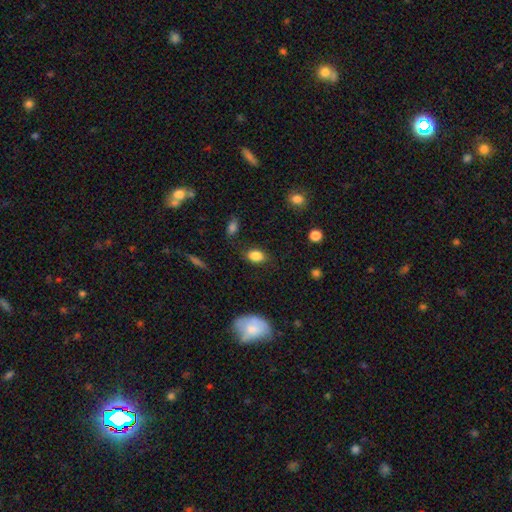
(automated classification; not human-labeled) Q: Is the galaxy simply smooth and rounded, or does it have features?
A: smooth — 84%.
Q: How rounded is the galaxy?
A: in between — 78%.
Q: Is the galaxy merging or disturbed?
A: none — 79%.